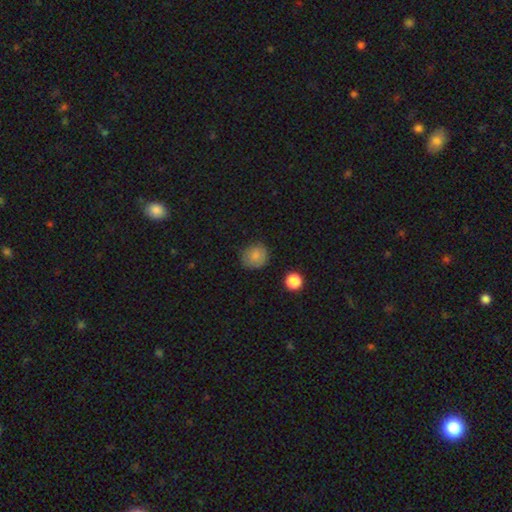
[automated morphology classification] Smooth or featured?
  - smooth: 82% *
  - star or artifact: 10%
  - featured or disk: 7%
How rounded?
  - round: 84% *
  - in between: 15%
  - cigar-shaped: 1%
Merging?
  - none: 79% *
  - minor disturbance: 16%
  - major disturbance: 4%
  - merger: 1%